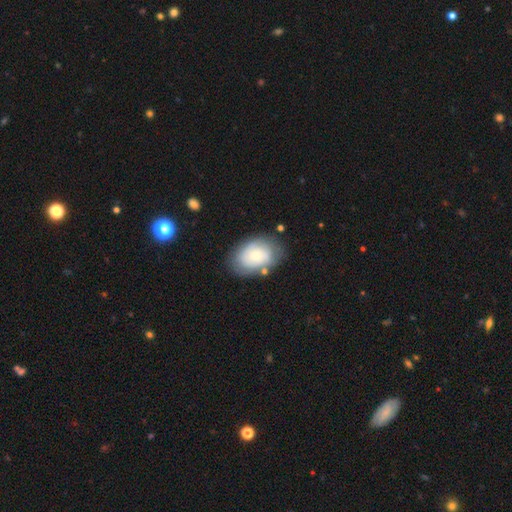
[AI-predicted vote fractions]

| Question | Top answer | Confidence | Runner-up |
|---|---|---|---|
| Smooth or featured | smooth | 63% | featured or disk (30%) |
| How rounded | in between | 84% | round (15%) |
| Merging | none | 69% | minor disturbance (19%) |